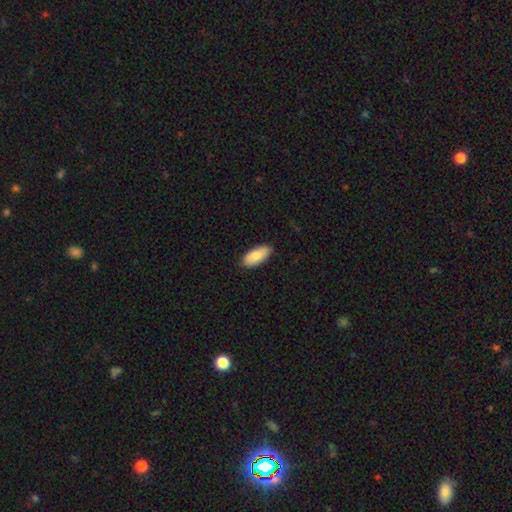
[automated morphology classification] Smooth or featured? smooth (86%)
How rounded? in between (89%)
Merging? none (87%)